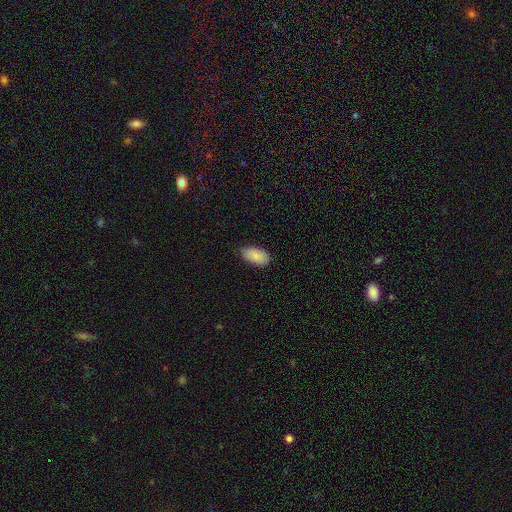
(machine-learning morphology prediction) A smooth galaxy with no disk features (88%) that is in between round and cigar-shaped (95%). Merging: none (82%).